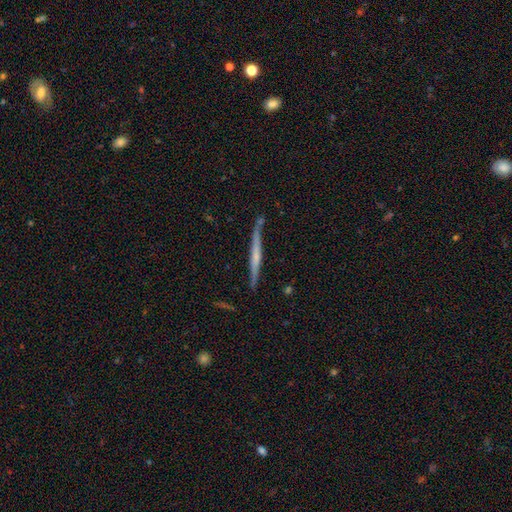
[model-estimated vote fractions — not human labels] A featured or disk galaxy (63%) viewed edge-on (96%) with no central bulge (57%). Merging: none (81%).